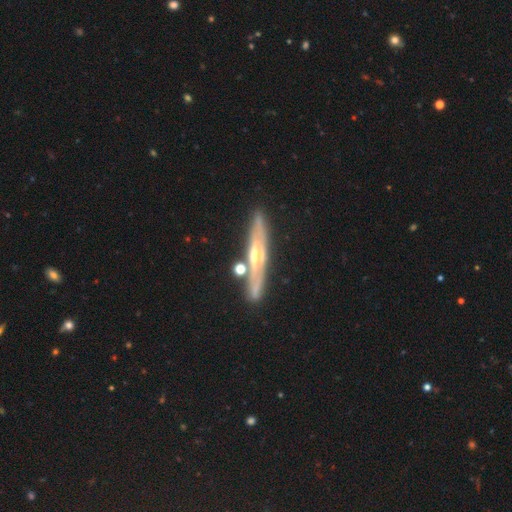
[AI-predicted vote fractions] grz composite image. It shows a featured or disk galaxy (73%) viewed edge-on (88%) with a rounded central bulge (78%). Merging: none (80%).